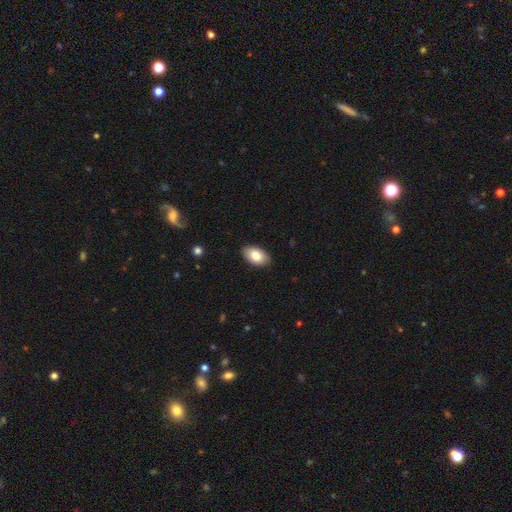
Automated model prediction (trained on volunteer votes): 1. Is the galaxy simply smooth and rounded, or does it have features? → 82% smooth, 12% featured or disk, 7% star or artifact.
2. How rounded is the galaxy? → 93% in between, 5% round, 1% cigar-shaped.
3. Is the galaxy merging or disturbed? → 88% none, 9% minor disturbance, 2% major disturbance, 1% merger.